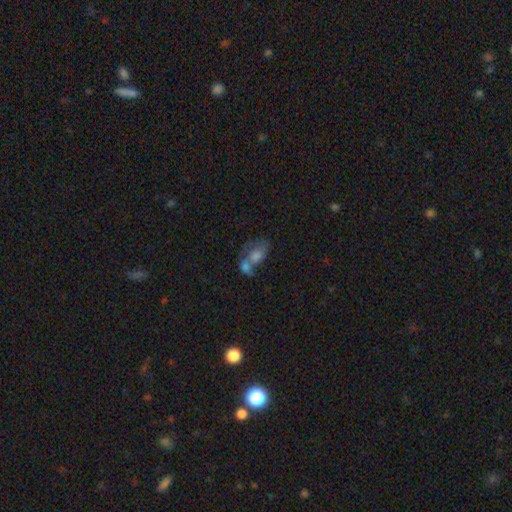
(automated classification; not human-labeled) A smooth galaxy with no disk features (60%) that is in between round and cigar-shaped (80%).

Vote fractions:
- Smooth or featured? smooth: 60% / featured or disk: 28% / star or artifact: 12%
- How rounded? in between: 80% / round: 17% / cigar-shaped: 3%
- Merging? merger: 64% / none: 17% / major disturbance: 10% / minor disturbance: 9%